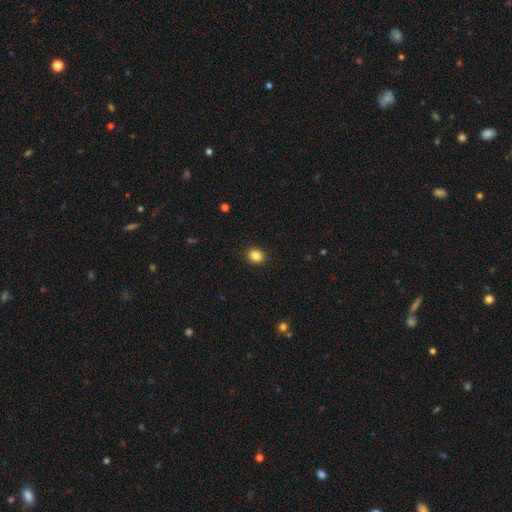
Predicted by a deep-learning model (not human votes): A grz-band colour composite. It shows a smooth galaxy with no disk features (86%) that is round (64%). Merging: none (91%).